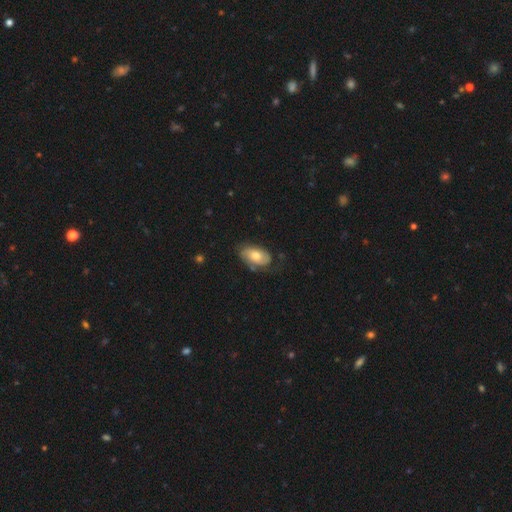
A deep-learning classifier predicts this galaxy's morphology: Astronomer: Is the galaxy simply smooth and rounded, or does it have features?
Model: featured or disk — 50% (runner-up: smooth, 44%).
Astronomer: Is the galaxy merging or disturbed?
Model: none — 59%.